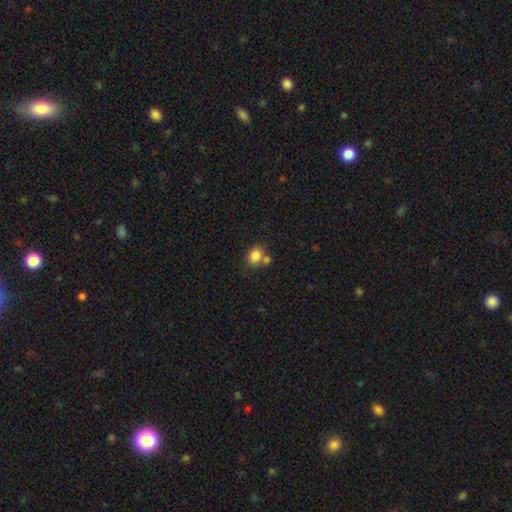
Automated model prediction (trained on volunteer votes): smooth_or_featured: smooth (p=0.83) [alt: star or artifact p=0.10]
how_rounded: round (p=0.54) [alt: in between p=0.45]
merging: none (p=0.55) [alt: merger p=0.28]